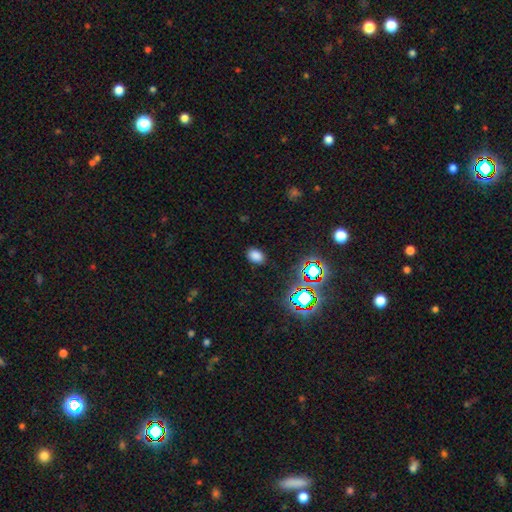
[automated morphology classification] Q: Smooth or featured?
A: smooth (75%); runner-up: star or artifact (20%)
Q: How rounded?
A: in between (80%); runner-up: round (19%)
Q: Merging?
A: none (86%); runner-up: minor disturbance (10%)